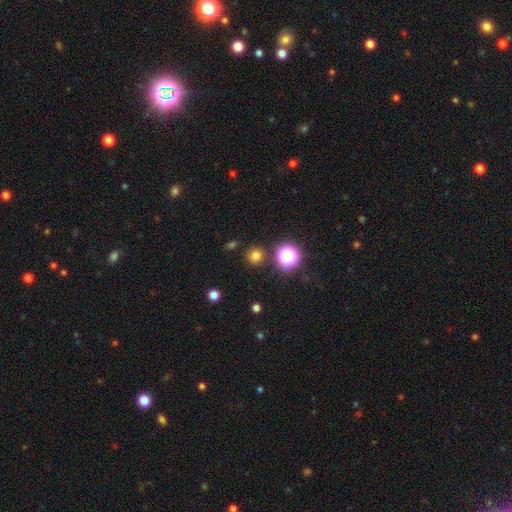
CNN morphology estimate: The model was most divided on "smooth or featured": smooth: 73%, star or artifact: 21%, featured or disk: 5%. More confident: how rounded — round (94%); merging — none (88%).